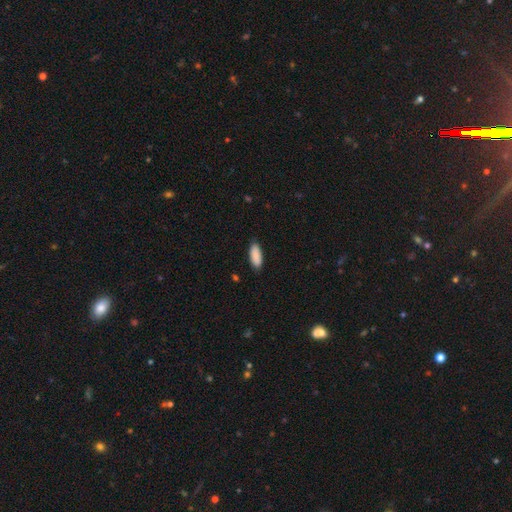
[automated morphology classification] This appears to be a smooth galaxy with no disk features (89%) that is in between round and cigar-shaped (80%). Merging: none (83%).